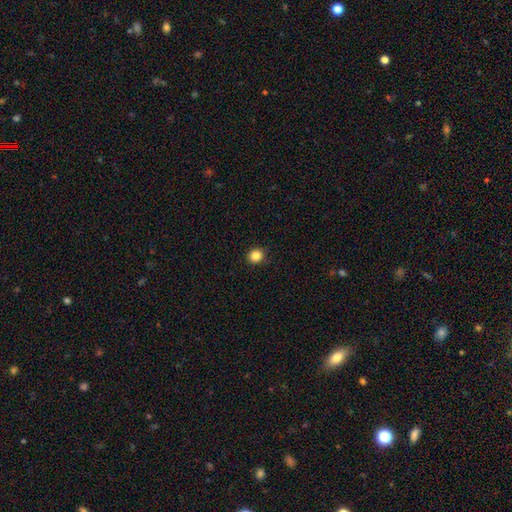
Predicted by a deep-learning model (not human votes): smooth 85%, star or artifact 11%, featured or disk 4%. Down the decision tree: how rounded — round (90%); merging — none (91%).